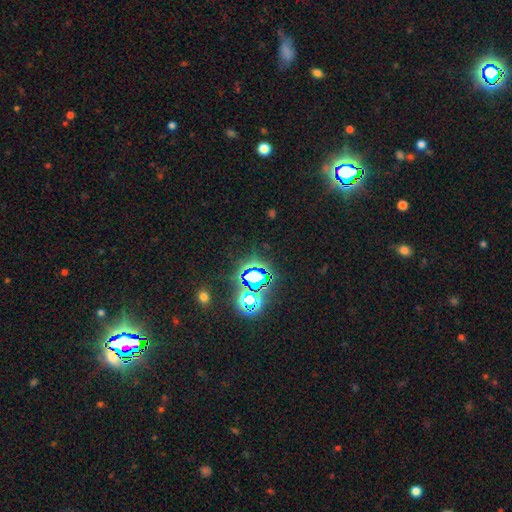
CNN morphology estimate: Smooth or featured? Predicted: star or artifact (p=0.74).